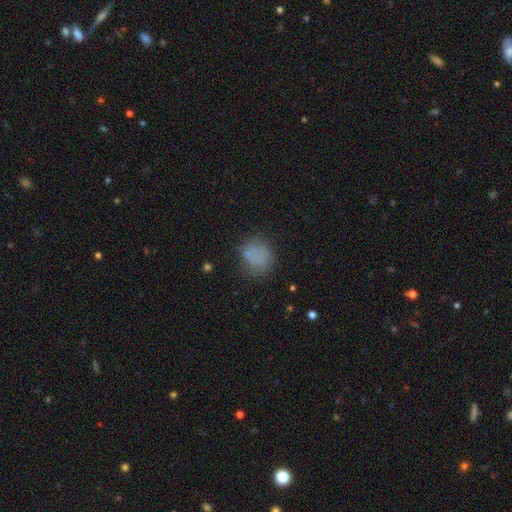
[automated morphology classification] This appears to be a smooth galaxy with no disk features (76%) that is round (73%). Merging: none (67%).